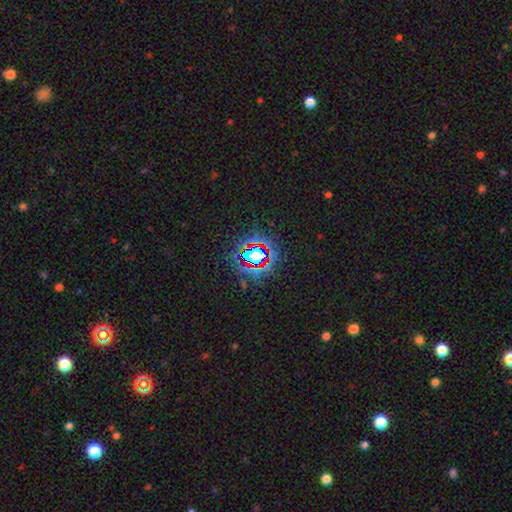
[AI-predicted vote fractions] Smooth or featured?
  - star or artifact: 70% *
  - smooth: 19%
  - featured or disk: 11%